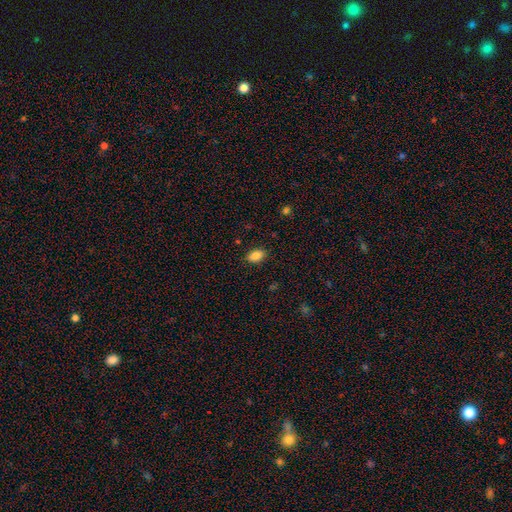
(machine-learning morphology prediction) Q: Smooth or featured?
A: smooth (87%); runner-up: star or artifact (9%)
Q: How rounded?
A: in between (89%); runner-up: round (9%)
Q: Merging?
A: none (88%); runner-up: minor disturbance (9%)